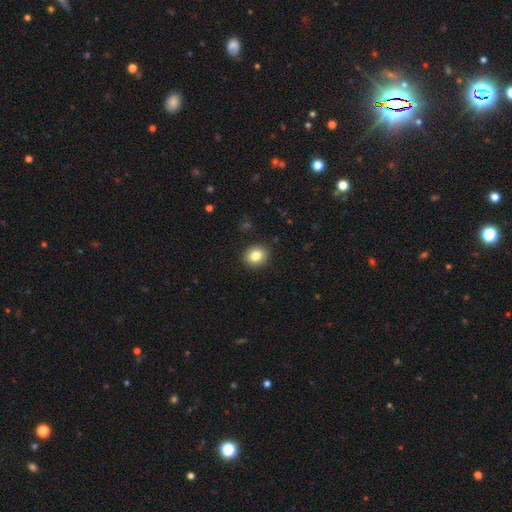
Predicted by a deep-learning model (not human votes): The model was most divided on "how rounded": round: 73%, in between: 27%, cigar-shaped: 1%. More confident: merging — none (91%); smooth or featured — smooth (83%).